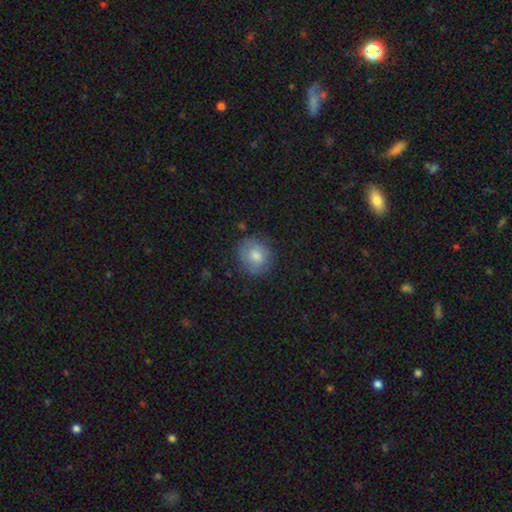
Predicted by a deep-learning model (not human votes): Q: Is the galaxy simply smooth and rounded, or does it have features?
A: smooth — 66%.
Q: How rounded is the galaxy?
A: round — 84%.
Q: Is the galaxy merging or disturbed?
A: none — 81%.